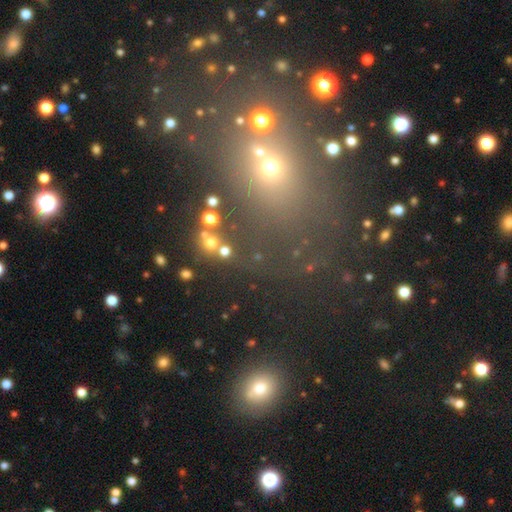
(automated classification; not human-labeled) Smooth or featured? smooth (47%)
Merging? none (62%)